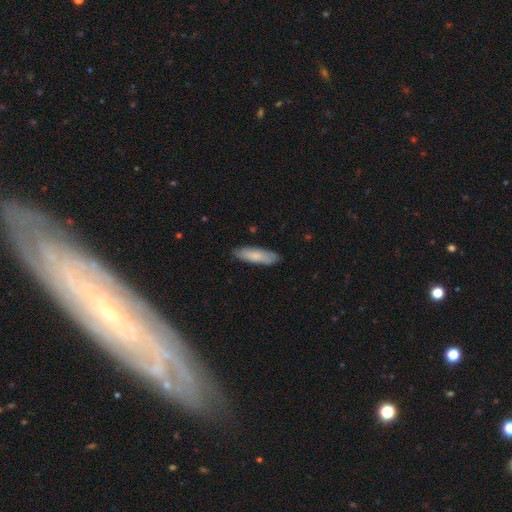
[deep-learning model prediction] smooth_or_featured: smooth (p=0.78) [alt: featured or disk p=0.16]
how_rounded: cigar-shaped (p=0.59) [alt: in between p=0.39]
merging: none (p=0.84) [alt: minor disturbance p=0.12]